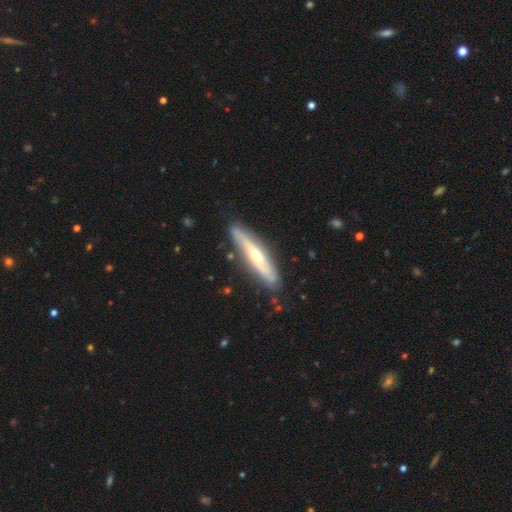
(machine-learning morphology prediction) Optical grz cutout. It shows a featured or disk galaxy (63%) viewed edge-on (77%). Merging: none (82%).